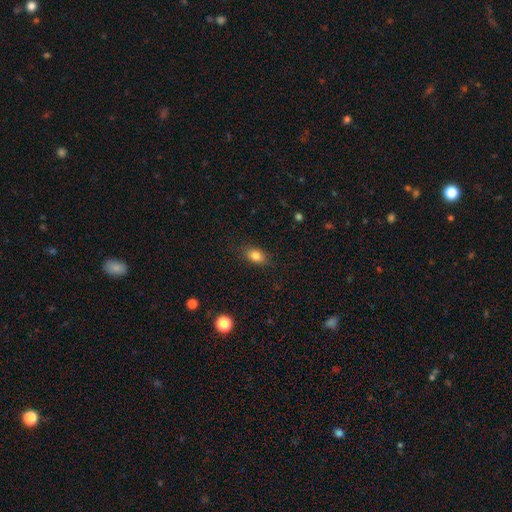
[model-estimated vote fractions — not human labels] This is clearly a smooth galaxy (82%). How rounded: clearly in between (82%). Merging: clearly none (84%).